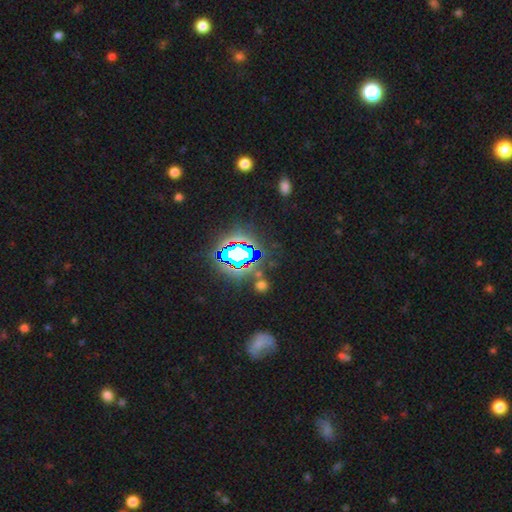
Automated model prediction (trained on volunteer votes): A star or artifact, not a galaxy (73%).